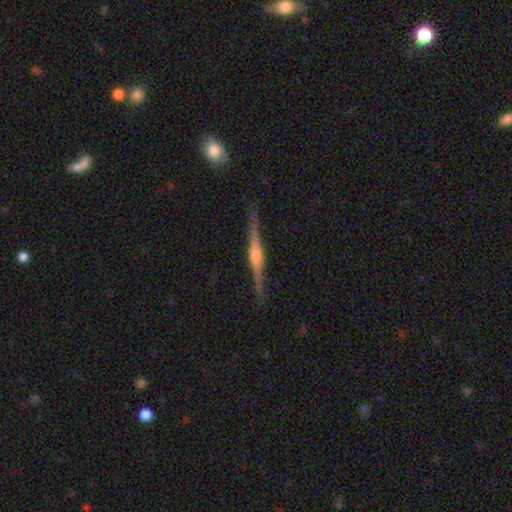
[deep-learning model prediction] Morphology: type=featured or disk (83%); edge-on=yes (98%); edge-on bulge=rounded (85%); merging=none (89%).